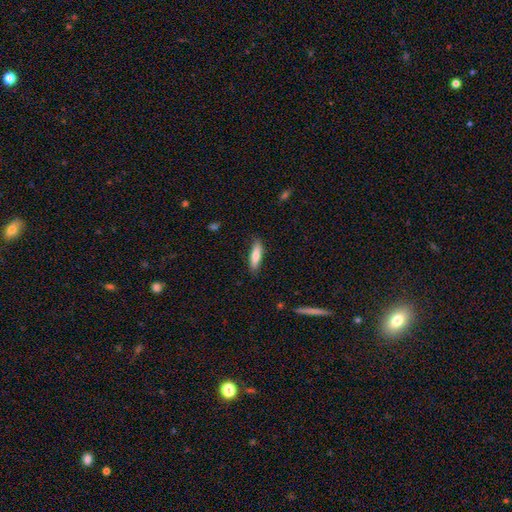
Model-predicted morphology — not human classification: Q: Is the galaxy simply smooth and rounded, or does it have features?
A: smooth — 78%.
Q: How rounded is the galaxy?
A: cigar-shaped — 69%.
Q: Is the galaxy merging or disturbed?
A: none — 86%.